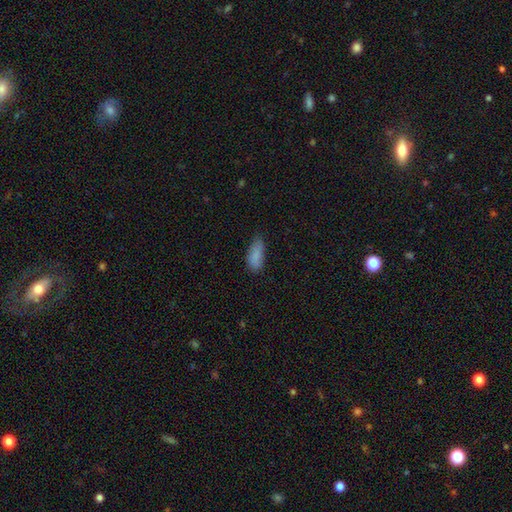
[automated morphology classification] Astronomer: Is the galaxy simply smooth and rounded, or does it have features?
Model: smooth — 85%.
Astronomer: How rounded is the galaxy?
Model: in between — 81%.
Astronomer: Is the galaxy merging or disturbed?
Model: none — 61%.